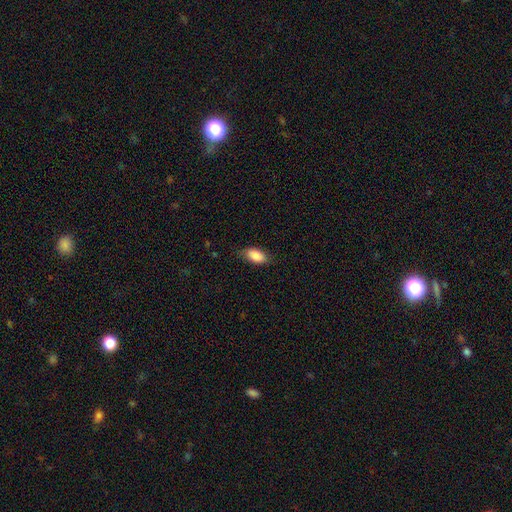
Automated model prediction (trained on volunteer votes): smooth_or_featured: smooth (p=0.87) [alt: star or artifact p=0.07]
how_rounded: in between (p=0.91) [alt: cigar-shaped p=0.05]
merging: none (p=0.77) [alt: minor disturbance p=0.18]